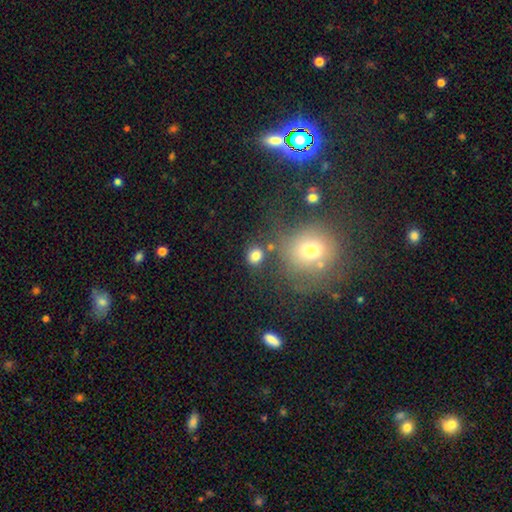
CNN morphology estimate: Smooth or featured?
  - smooth: 80% *
  - star or artifact: 13%
  - featured or disk: 7%
How rounded?
  - round: 72% *
  - in between: 27%
  - cigar-shaped: 1%
Merging?
  - none: 73% *
  - merger: 11%
  - minor disturbance: 11%
  - major disturbance: 6%